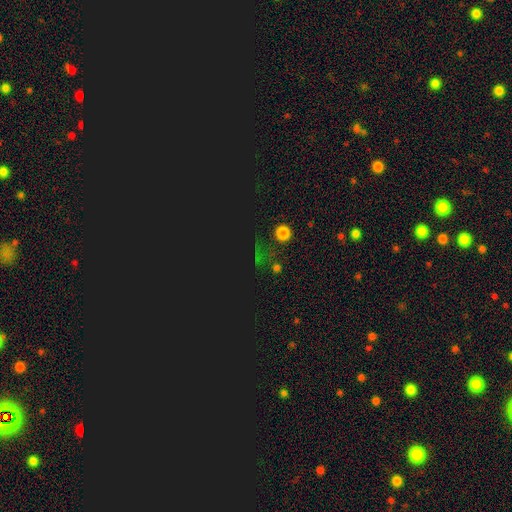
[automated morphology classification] type=star or artifact (68%).